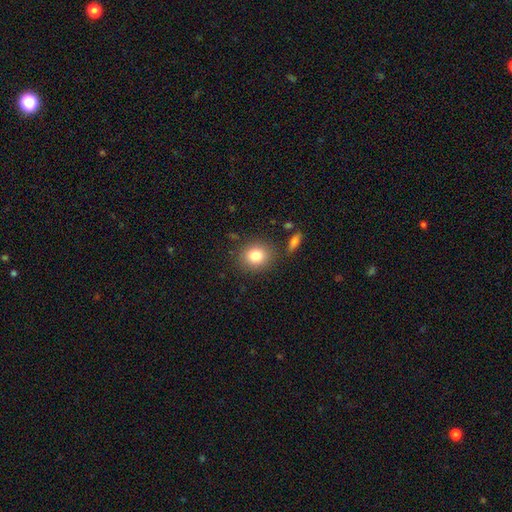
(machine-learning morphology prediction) smooth_or_featured: smooth (p=0.82) [alt: star or artifact p=0.10]
how_rounded: round (p=0.78) [alt: in between p=0.21]
merging: none (p=0.84) [alt: minor disturbance p=0.10]